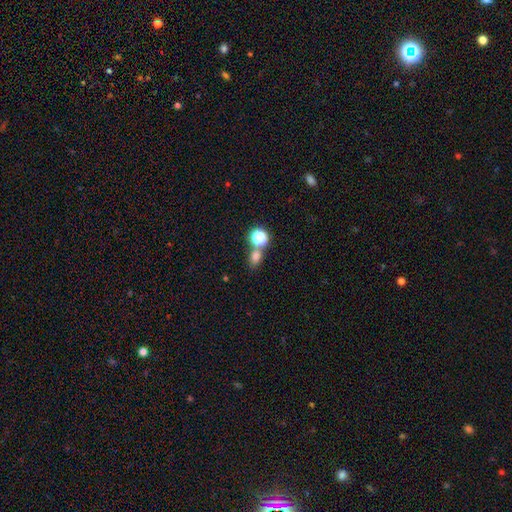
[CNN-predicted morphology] A smooth galaxy with no disk features (71%) that is round (51%).

Vote fractions:
- Smooth or featured? smooth: 71% / star or artifact: 21% / featured or disk: 8%
- How rounded? round: 51% / in between: 48% / cigar-shaped: 2%
- Merging? none: 57% / merger: 30% / minor disturbance: 9% / major disturbance: 4%